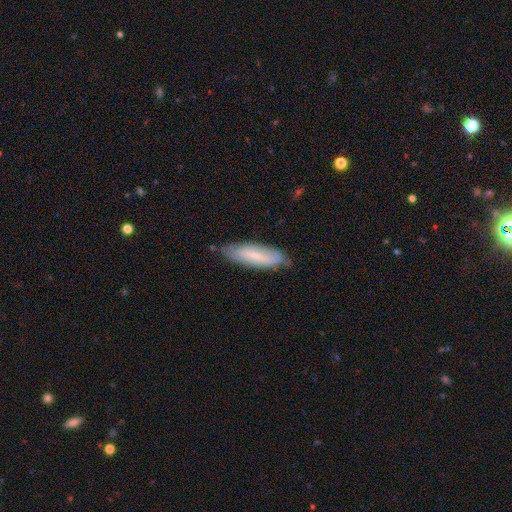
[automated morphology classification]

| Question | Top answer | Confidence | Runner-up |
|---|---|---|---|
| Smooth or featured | smooth | 53% | featured or disk (40%) |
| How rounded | cigar-shaped | 55% | in between (44%) |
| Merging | none | 74% | minor disturbance (20%) |